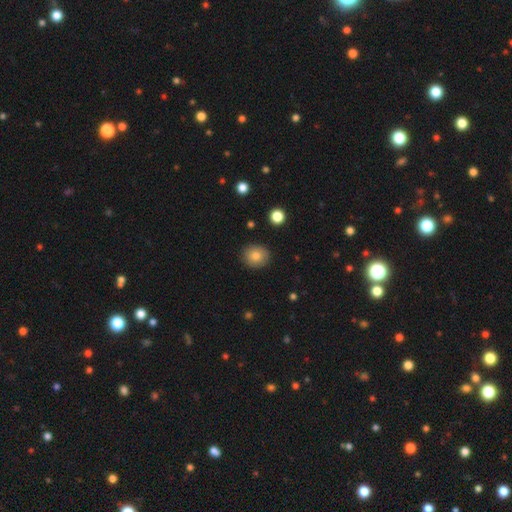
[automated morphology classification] The model was most divided on "how rounded": round: 76%, in between: 23%, cigar-shaped: 1%. More confident: merging — none (89%); smooth or featured — smooth (81%).